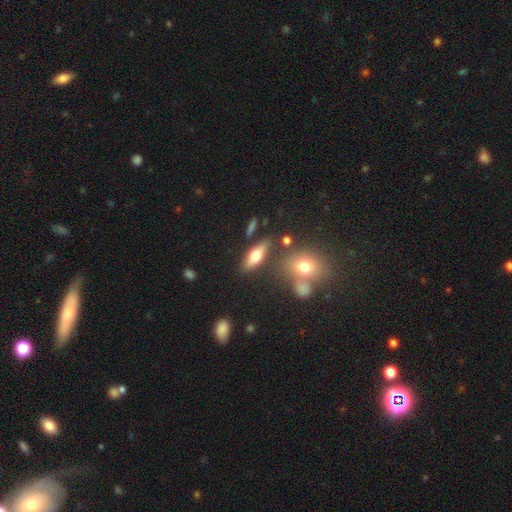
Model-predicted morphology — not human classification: smooth 58%, featured or disk 32%, star or artifact 9%. Down the decision tree: how rounded — in between (60%); merging — none (72%).